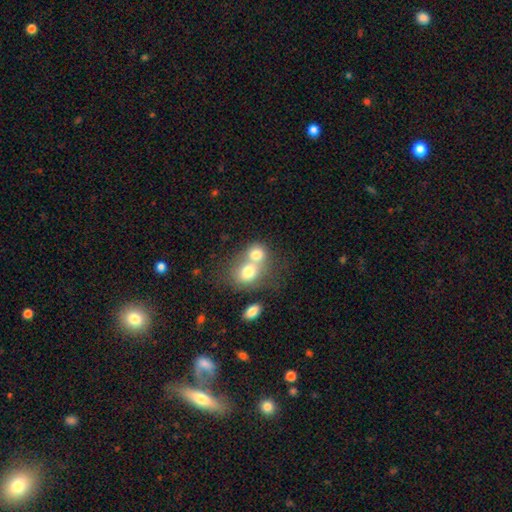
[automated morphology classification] Overall: smooth (72%). How rounded: round (61%; in between 38%). Merging: merger (68%).